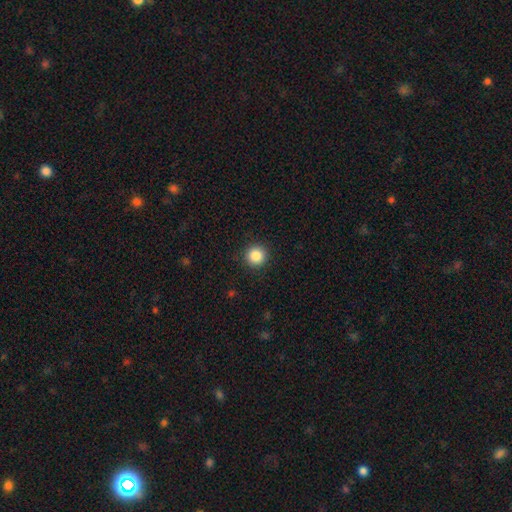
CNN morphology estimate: smooth_or_featured: smooth (p=0.86) [alt: star or artifact p=0.10]
how_rounded: round (p=0.95) [alt: in between p=0.04]
merging: none (p=0.92) [alt: minor disturbance p=0.05]